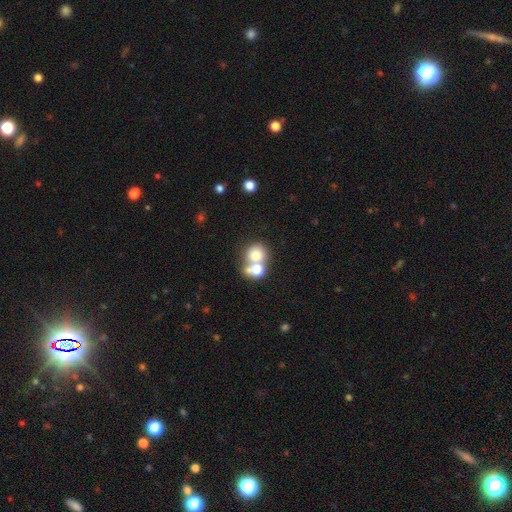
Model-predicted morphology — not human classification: Overall: smooth (72%). How rounded: round (76%). Merging: merger (54%; none 35%).